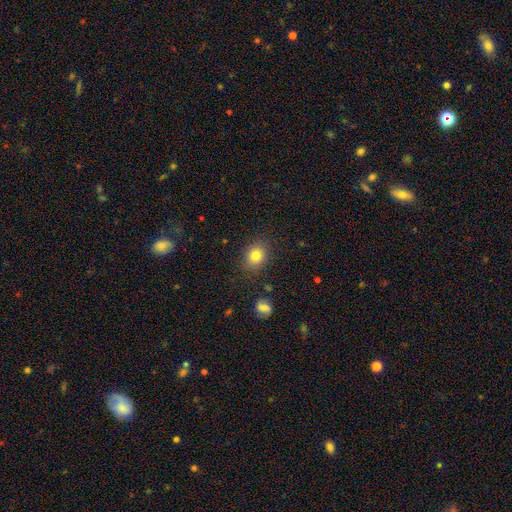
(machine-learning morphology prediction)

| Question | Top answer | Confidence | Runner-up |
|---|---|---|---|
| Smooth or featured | smooth | 80% | star or artifact (11%) |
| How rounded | round | 54% | in between (45%) |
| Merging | none | 85% | minor disturbance (10%) |